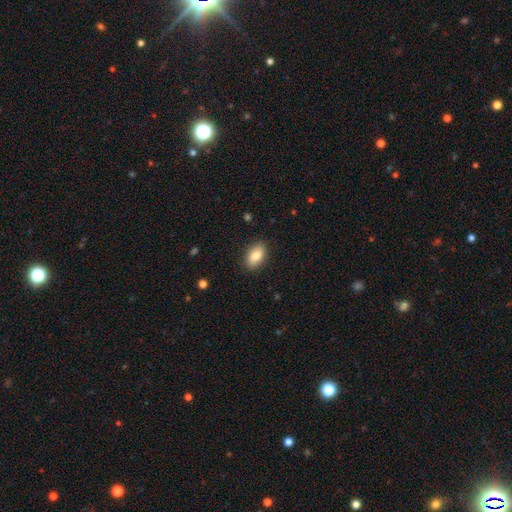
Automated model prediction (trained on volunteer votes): Smooth or featured? Predicted: smooth (p=0.85). How rounded? Predicted: in between (p=0.91). Merging? Predicted: none (p=0.88).